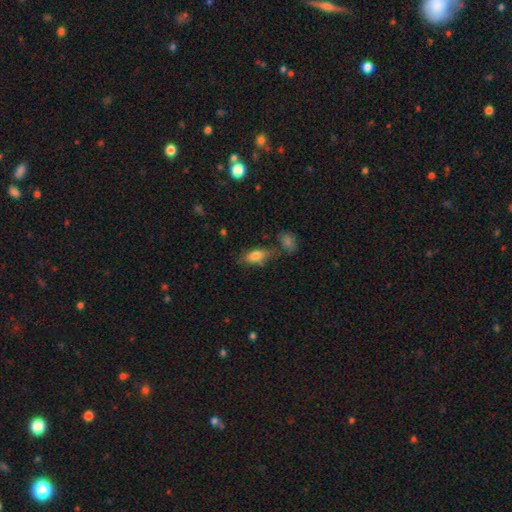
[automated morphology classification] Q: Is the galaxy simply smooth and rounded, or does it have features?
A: smooth — 79%.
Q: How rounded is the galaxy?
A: in between — 83%.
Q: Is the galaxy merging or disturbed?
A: none — 61%.